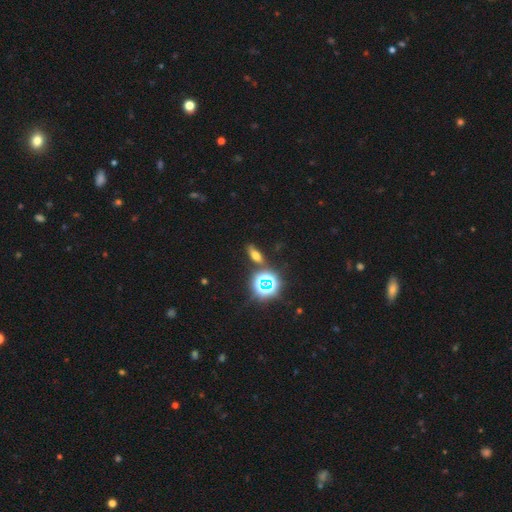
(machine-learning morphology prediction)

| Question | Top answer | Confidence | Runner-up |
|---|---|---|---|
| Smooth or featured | smooth | 47% | star or artifact (32%) |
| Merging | none | 81% | minor disturbance (10%) |